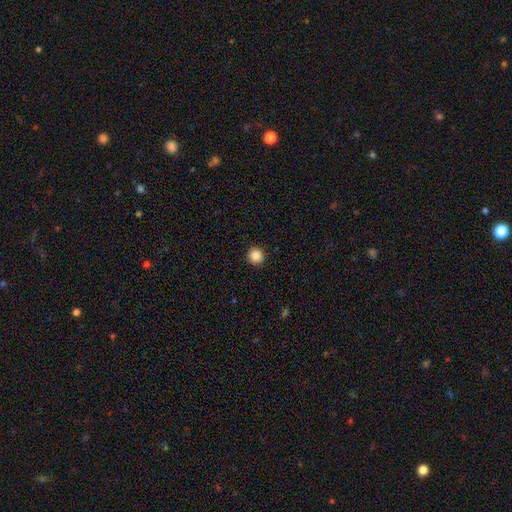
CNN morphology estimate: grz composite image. It shows a smooth galaxy with no disk features (87%) that is round (95%). Merging: none (93%).